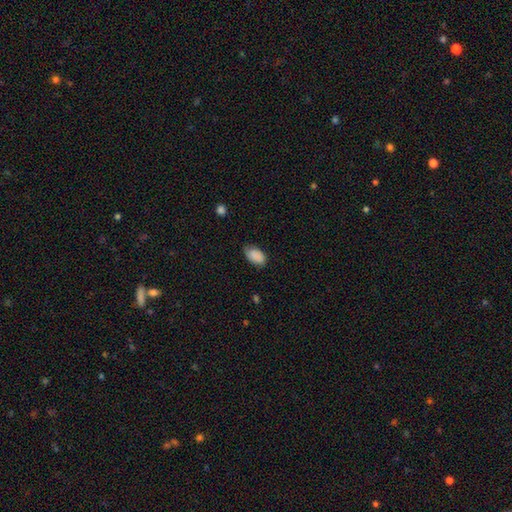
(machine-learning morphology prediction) Overall: smooth (85%). How rounded: in between (93%). Merging: none (67%).